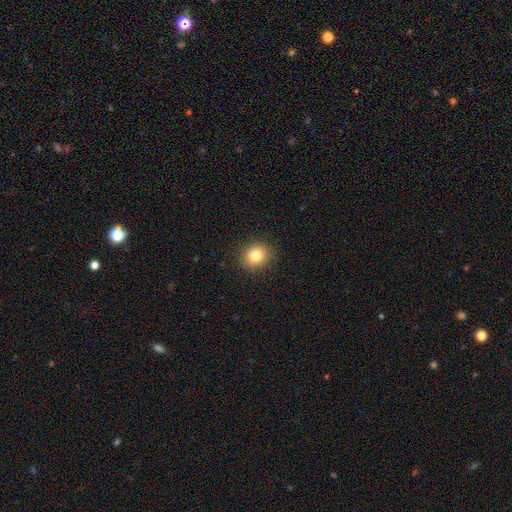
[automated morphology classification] Smooth or featured: smooth — 81% (star or artifact — 11%)
How rounded: round — 82% (in between — 17%)
Merging: none — 90% (minor disturbance — 7%)